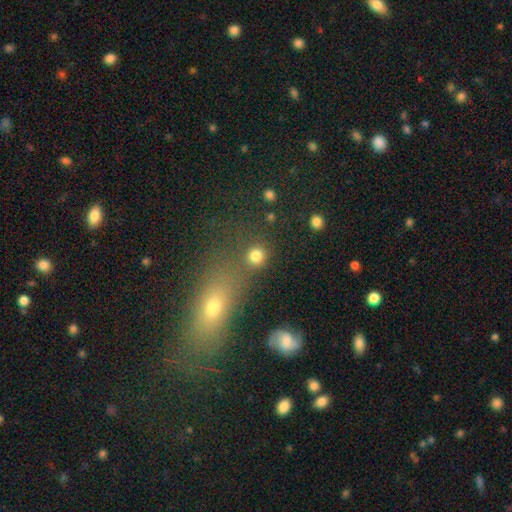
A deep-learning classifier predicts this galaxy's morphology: This is clearly a smooth galaxy (81%). How rounded: clearly round (89%). Merging: likely none (74%).